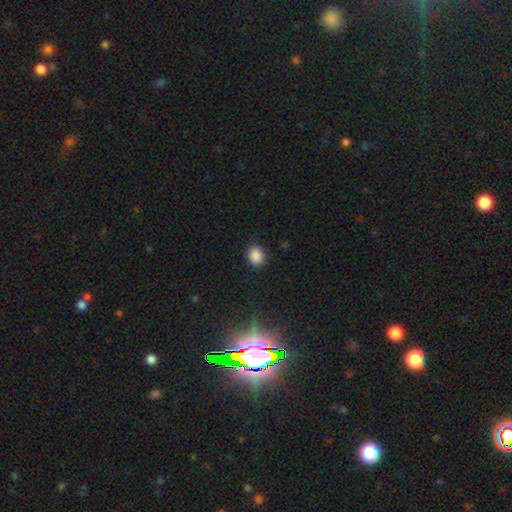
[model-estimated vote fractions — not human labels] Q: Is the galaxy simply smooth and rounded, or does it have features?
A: smooth — 86%.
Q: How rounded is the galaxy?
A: in between — 52%.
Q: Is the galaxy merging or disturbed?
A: none — 87%.